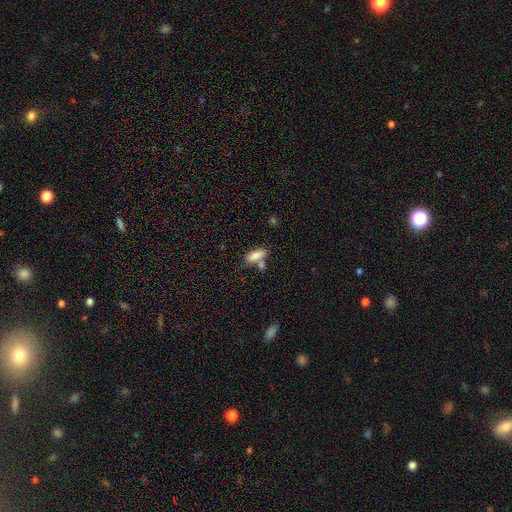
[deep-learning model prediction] This is clearly a smooth galaxy (81%). How rounded: likely in between (78%). Merging: possibly none (54%).